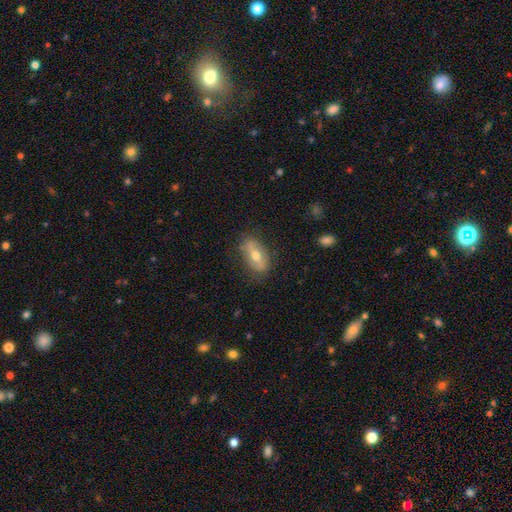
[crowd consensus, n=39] smooth_or_featured: featured or disk (p=0.72) [alt: smooth p=0.23]
disk_edge_on: no (p=0.96) [alt: yes p=0.04]
bar: strong (p=0.59) [alt: no p=0.26]
has_spiral_arms: yes (p=0.56) [alt: no p=0.44]
spiral_winding: tight (p=0.40) [alt: medium p=0.33]
spiral_arm_count: 2 (p=0.93) [alt: can't tell p=0.07]
bulge_size: moderate (p=0.85) [alt: small p=0.11]
merging: none (p=0.92) [alt: minor disturbance p=0.05]